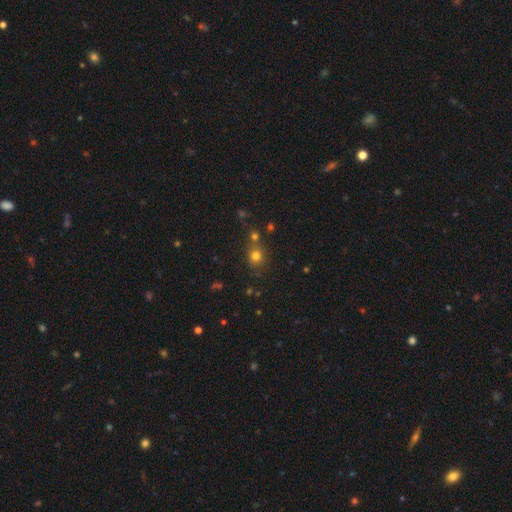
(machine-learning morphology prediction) A smooth galaxy with no disk features (74%) that is round (80%).

Vote fractions:
- Smooth or featured? smooth: 74% / star or artifact: 18% / featured or disk: 8%
- How rounded? round: 80% / in between: 19% / cigar-shaped: 1%
- Merging? none: 66% / merger: 20% / minor disturbance: 10% / major disturbance: 4%